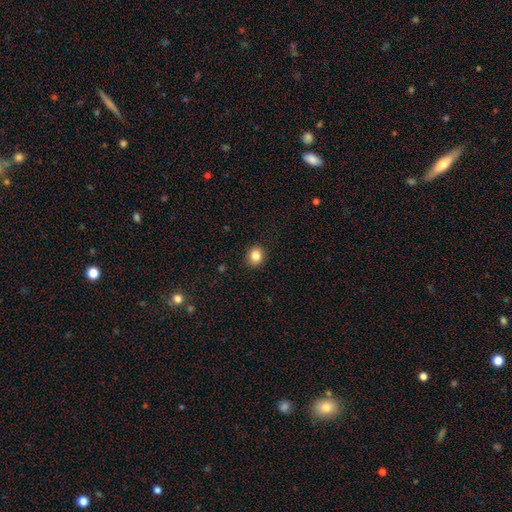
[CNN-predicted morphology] Overall: smooth (84%). How rounded: round (77%). Merging: none (91%).